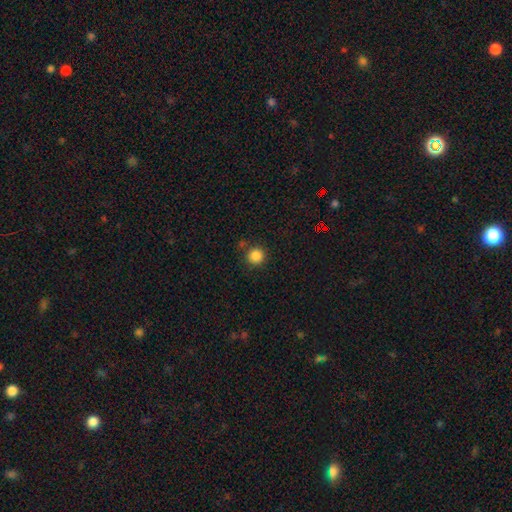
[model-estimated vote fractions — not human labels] A smooth galaxy with no disk features (85%) that is round (95%). Merging: none (82%).